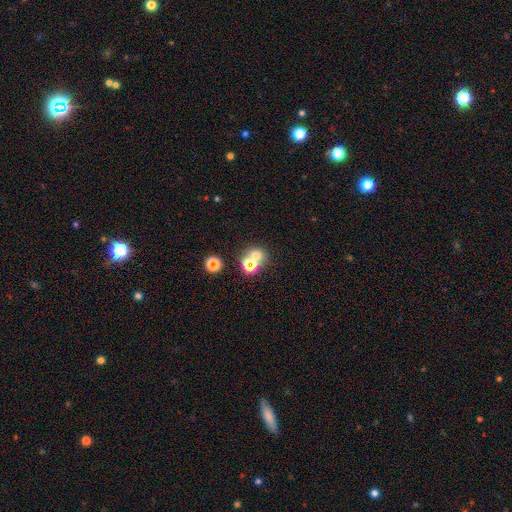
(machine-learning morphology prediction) Smooth or featured? Predicted: smooth (p=0.63). How rounded? Predicted: round (p=0.76). Merging? Predicted: none (p=0.49).